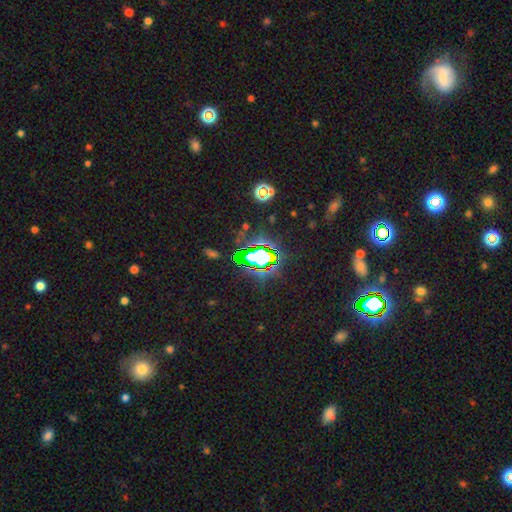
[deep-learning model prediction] A star or artifact, not a galaxy (81%).